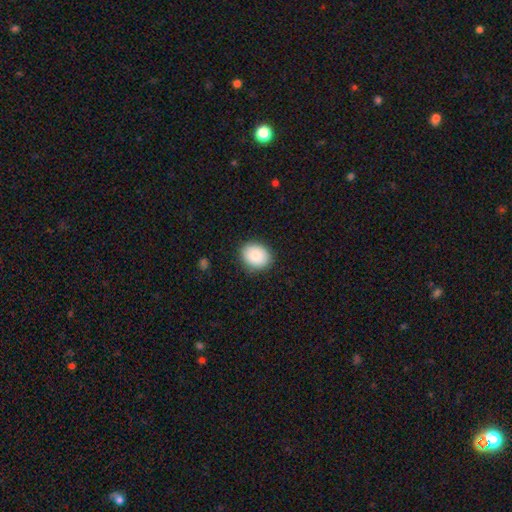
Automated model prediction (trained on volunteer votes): smooth 88%, star or artifact 7%, featured or disk 5%. Down the decision tree: how rounded — in between (51%); merging — none (87%).